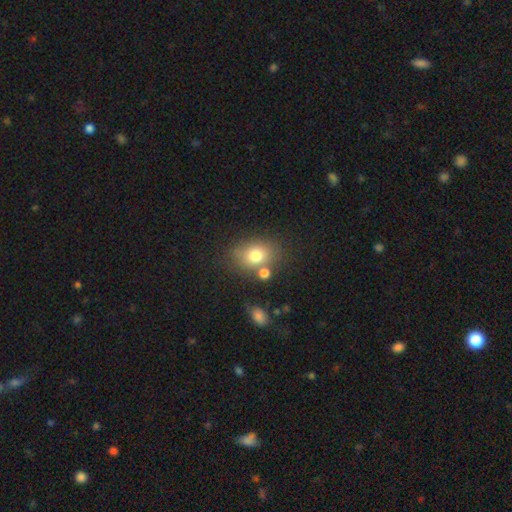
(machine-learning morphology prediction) type=smooth (74%); roundness=in between (60%); merging=none (65%).